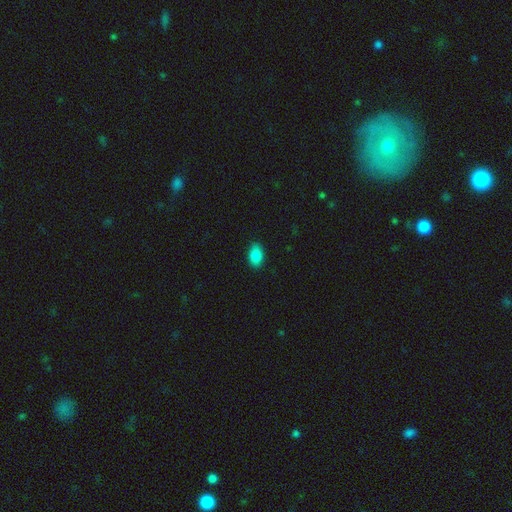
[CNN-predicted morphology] Overall: smooth (87%). How rounded: in between (90%). Merging: none (88%).